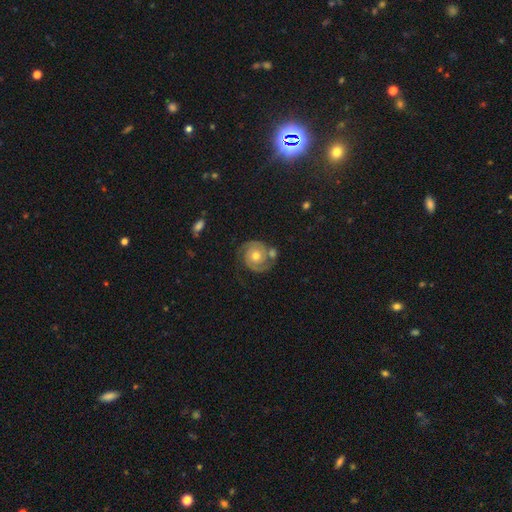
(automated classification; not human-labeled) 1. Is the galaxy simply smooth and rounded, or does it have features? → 83% featured or disk, 10% smooth, 6% star or artifact.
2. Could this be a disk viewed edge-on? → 98% no, 2% yes.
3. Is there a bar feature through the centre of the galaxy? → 79% no, 17% weak, 4% strong.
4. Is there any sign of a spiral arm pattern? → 96% yes, 4% no.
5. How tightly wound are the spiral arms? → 64% tight, 29% medium, 7% loose.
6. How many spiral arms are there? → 87% 2, 5% can't tell, 4% 3, 2% 1, 1% 4, 1% more than 4.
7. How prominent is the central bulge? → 70% moderate, 24% small, 4% large, 1% none, 1% dominant.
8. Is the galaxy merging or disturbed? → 71% none, 15% minor disturbance, 9% merger, 6% major disturbance.